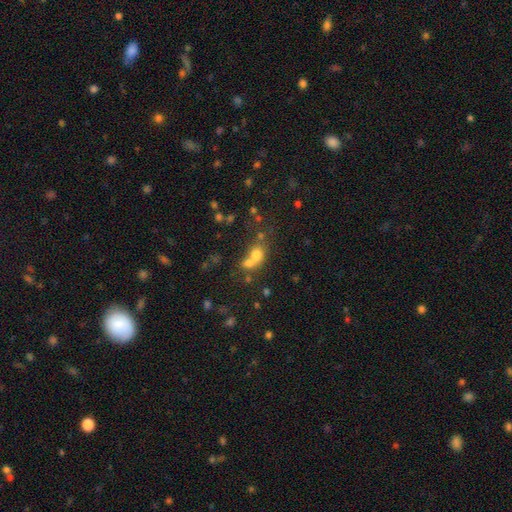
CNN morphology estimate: A smooth galaxy with no disk features (67%) that is round (71%).

Vote fractions:
- Smooth or featured? smooth: 67% / star or artifact: 18% / featured or disk: 15%
- How rounded? round: 71% / in between: 28% / cigar-shaped: 1%
- Merging? merger: 56% / none: 32% / minor disturbance: 7% / major disturbance: 4%